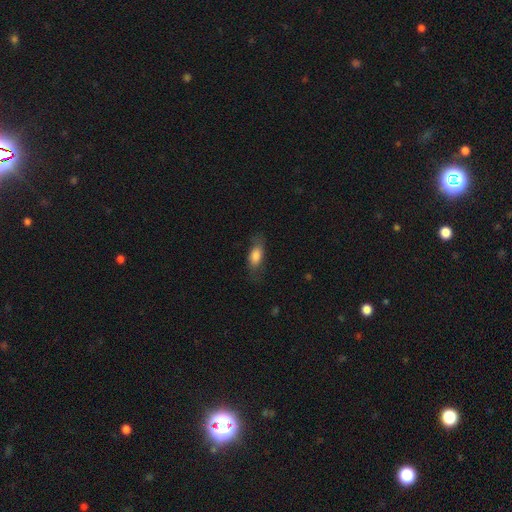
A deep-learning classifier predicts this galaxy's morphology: The model was most divided on "merging": none: 69%, minor disturbance: 21%, major disturbance: 8%, merger: 1%. More confident: how rounded — in between (78%); smooth or featured — smooth (78%).